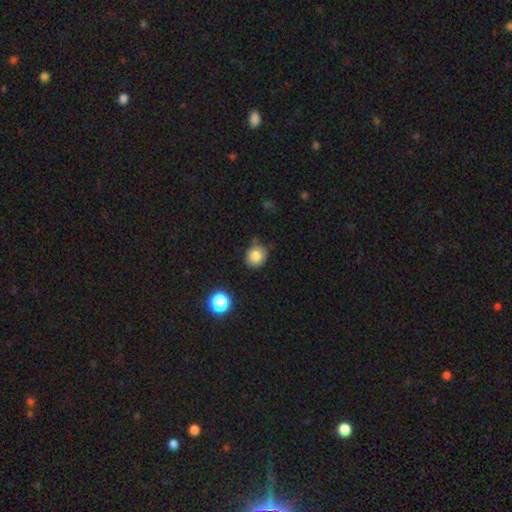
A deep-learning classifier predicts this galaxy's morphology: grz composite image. It shows a smooth galaxy with no disk features (83%) that is round (74%). Merging: none (72%).